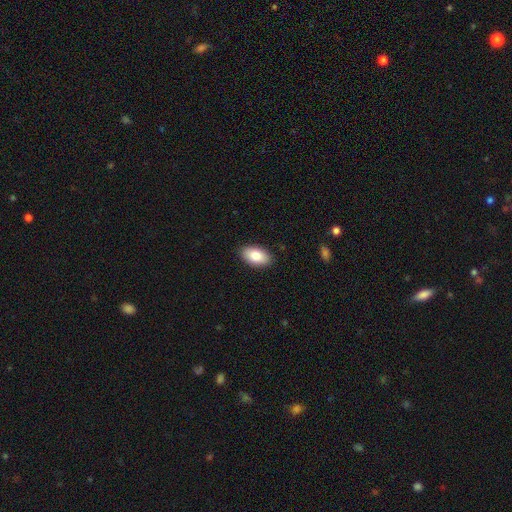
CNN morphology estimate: type=smooth (84%); roundness=in between (94%); merging=none (89%).